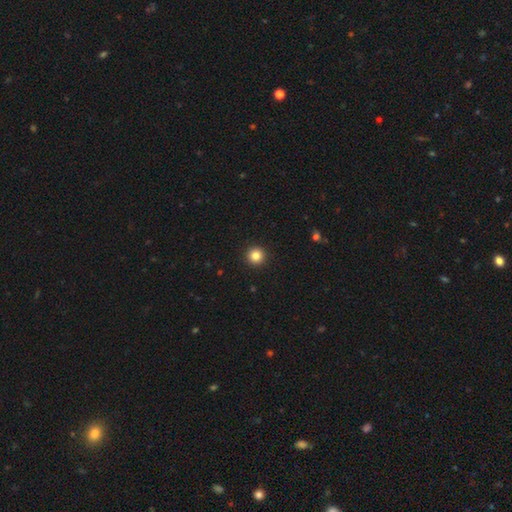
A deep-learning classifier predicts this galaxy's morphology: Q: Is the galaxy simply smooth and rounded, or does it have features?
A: smooth — 84%.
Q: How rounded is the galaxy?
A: round — 96%.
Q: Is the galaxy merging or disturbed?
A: none — 94%.